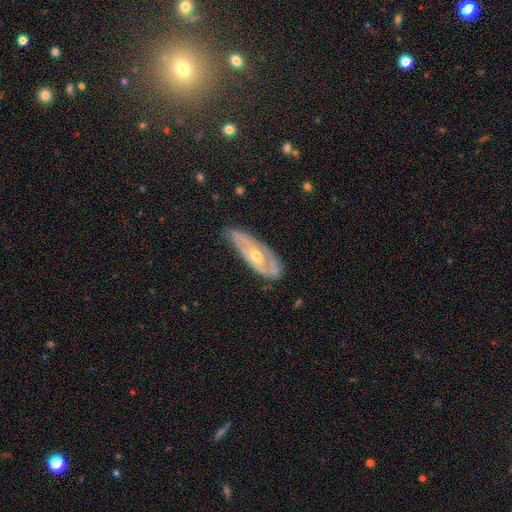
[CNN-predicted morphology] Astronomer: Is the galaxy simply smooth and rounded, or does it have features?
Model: featured or disk — 72%.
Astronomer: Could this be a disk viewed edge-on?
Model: no — 76%.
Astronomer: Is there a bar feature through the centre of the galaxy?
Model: no — 69%.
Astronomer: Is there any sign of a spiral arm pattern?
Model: yes — 64%.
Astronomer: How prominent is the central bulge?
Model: moderate — 63%.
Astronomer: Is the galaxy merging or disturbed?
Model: none — 62%.